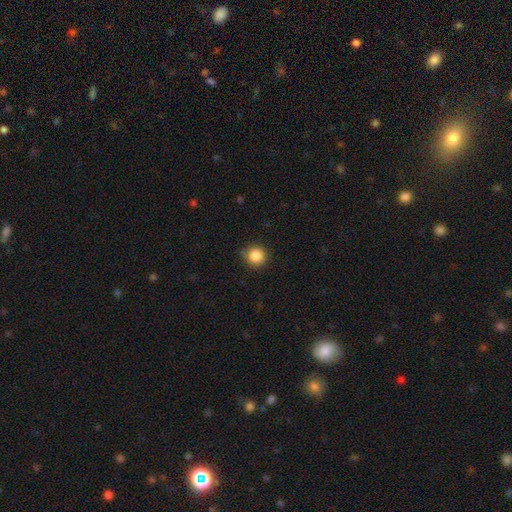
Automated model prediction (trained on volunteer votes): Smooth or featured? Predicted: smooth (p=0.87). How rounded? Predicted: round (p=0.92). Merging? Predicted: none (p=0.87).